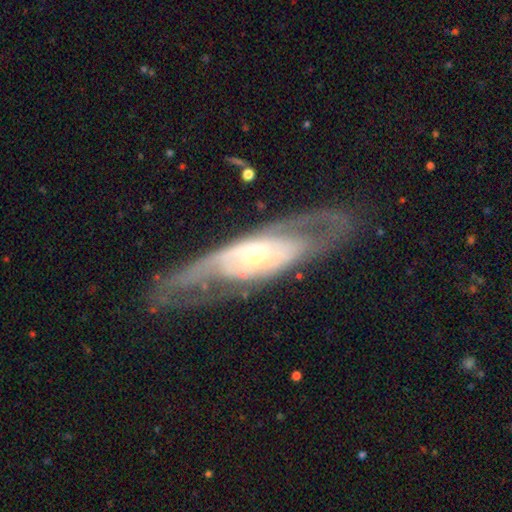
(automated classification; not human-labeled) A featured or disk galaxy (78%) with no bar (71%), spiral arms (62%) and a small central bulge (60%).

Vote fractions:
- Smooth or featured? featured or disk: 78% / smooth: 16% / star or artifact: 6%
- Edge-on disk? no: 76% / yes: 24%
- Bar? no: 71% / weak: 19% / strong: 10%
- Spiral arms? yes: 62% / no: 38%
- Bulge size? small: 60% / moderate: 33% / large: 4% / dominant: 1% / none: 1%
- Merging? none: 69% / minor disturbance: 16% / major disturbance: 14% / merger: 2%